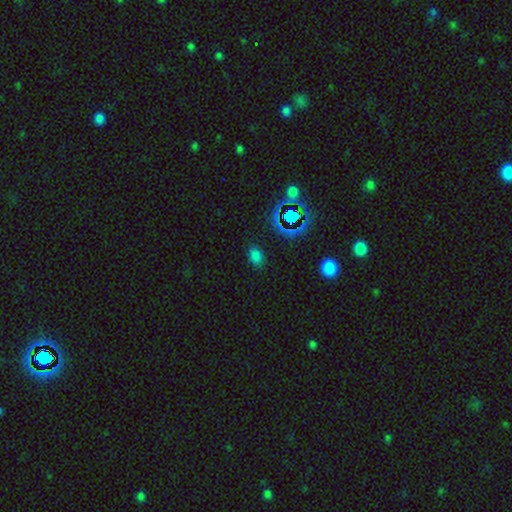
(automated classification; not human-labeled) A smooth galaxy with no disk features (69%) that is in between round and cigar-shaped (78%). Merging: none (84%).